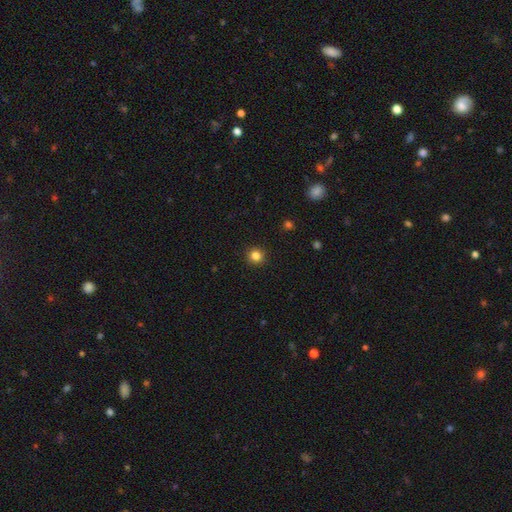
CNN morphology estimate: Smooth or featured?
  - smooth: 83% *
  - star or artifact: 12%
  - featured or disk: 5%
How rounded?
  - round: 94% *
  - in between: 5%
  - cigar-shaped: 1%
Merging?
  - none: 93% *
  - minor disturbance: 5%
  - major disturbance: 2%
  - merger: 1%